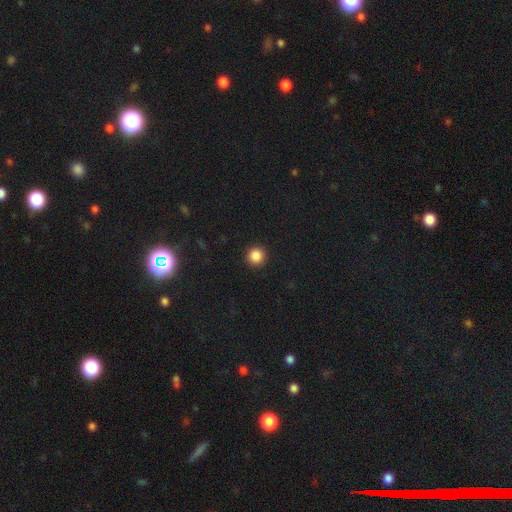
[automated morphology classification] Overall: smooth (86%). How rounded: round (96%). Merging: none (93%).